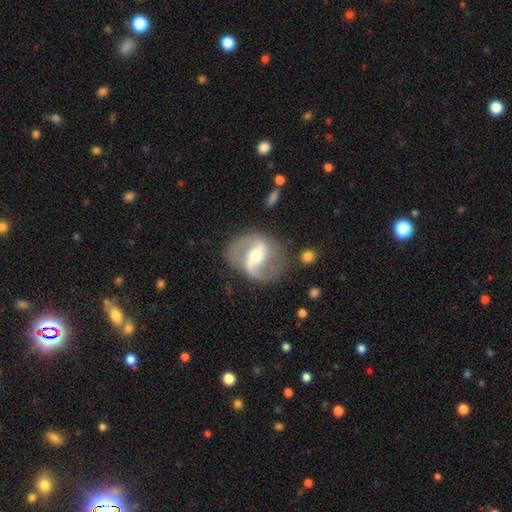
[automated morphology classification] Smooth or featured?
  - featured or disk: 87% *
  - smooth: 8%
  - star or artifact: 5%
Edge-on disk?
  - no: 97% *
  - yes: 3%
Bar?
  - strong: 51% *
  - weak: 34%
  - no: 14%
Spiral arms?
  - yes: 93% *
  - no: 7%
Spiral winding?
  - medium: 49% *
  - loose: 36%
  - tight: 15%
Spiral arm count?
  - 2: 90% *
  - 1: 4%
  - can't tell: 3%
  - 3: 1%
  - 4: 1%
  - more than 4: 1%
Bulge size?
  - moderate: 58% *
  - small: 35%
  - large: 5%
  - none: 1%
  - dominant: 1%
Merging?
  - none: 77% *
  - minor disturbance: 14%
  - major disturbance: 7%
  - merger: 2%